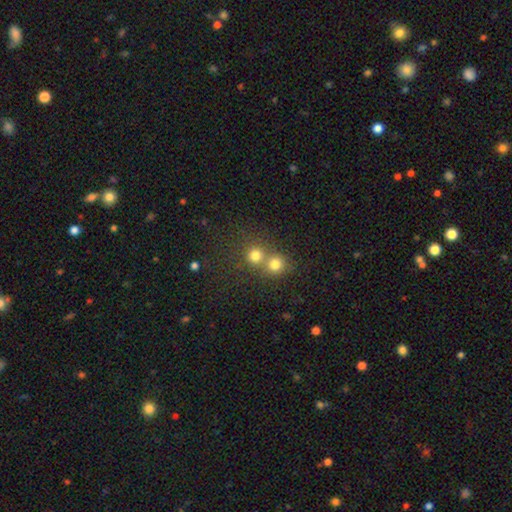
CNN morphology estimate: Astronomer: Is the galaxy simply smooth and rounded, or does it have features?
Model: smooth — 77%.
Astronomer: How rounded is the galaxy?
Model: round — 90%.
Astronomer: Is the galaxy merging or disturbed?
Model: none — 49% (runner-up: merger, 44%).